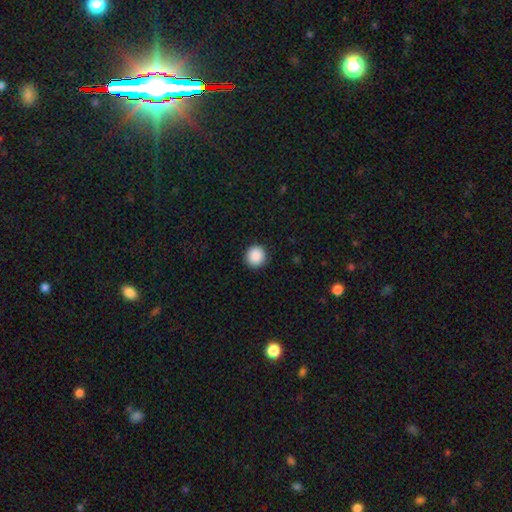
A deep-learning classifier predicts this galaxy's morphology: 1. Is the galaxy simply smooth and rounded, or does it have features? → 89% smooth, 8% star or artifact, 3% featured or disk.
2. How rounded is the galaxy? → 92% round, 7% in between, 1% cigar-shaped.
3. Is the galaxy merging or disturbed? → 92% none, 5% minor disturbance, 2% major disturbance, 1% merger.